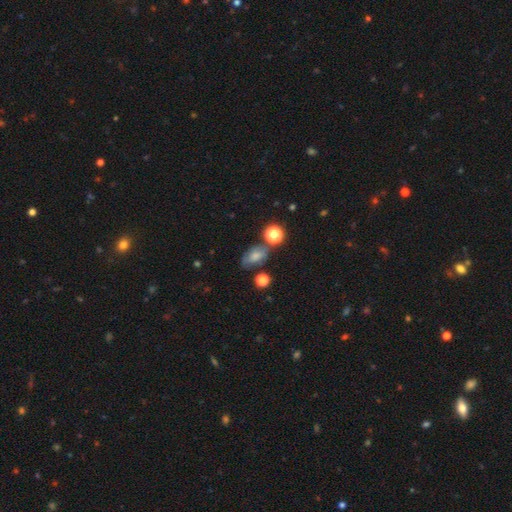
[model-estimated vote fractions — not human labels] Morphology: type=smooth (63%); roundness=in between (80%); merging=none (59%).